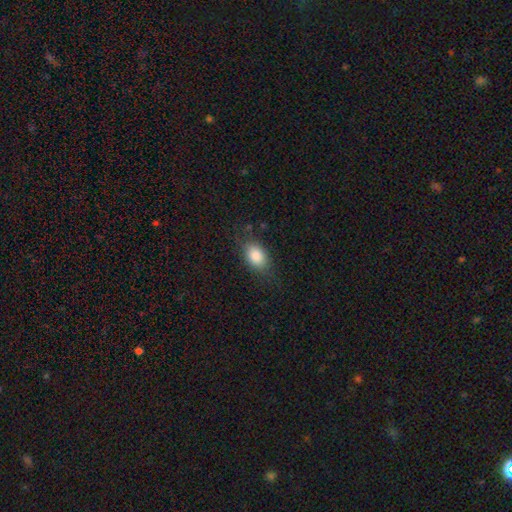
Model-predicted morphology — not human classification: Smooth or featured? smooth (85%)
How rounded? in between (83%)
Merging? none (73%)